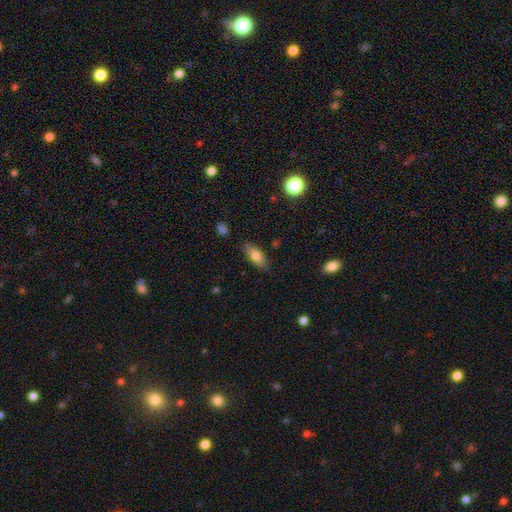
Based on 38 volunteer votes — A smooth galaxy with no disk features (68%) that is in between round and cigar-shaped (85%). Merging: none (78%).